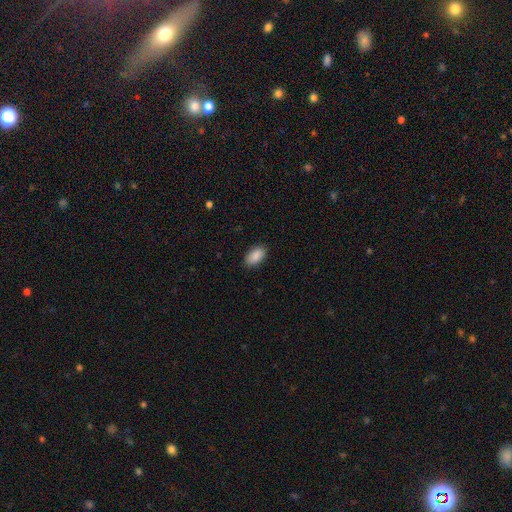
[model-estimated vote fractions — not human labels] smooth 90%, star or artifact 6%, featured or disk 4%. Down the decision tree: how rounded — in between (94%); merging — none (87%).